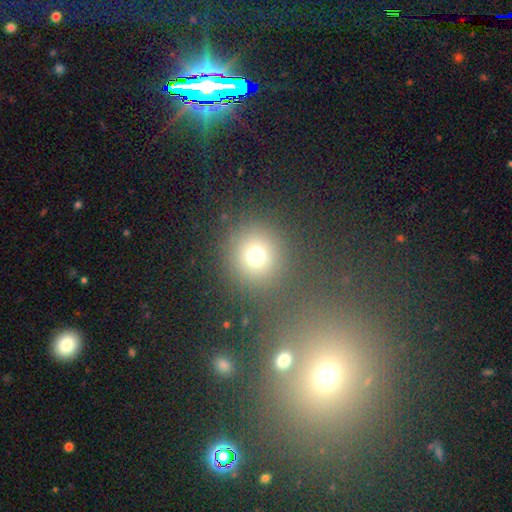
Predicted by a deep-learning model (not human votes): smooth-or-featured: smooth: 70% | star or artifact: 21% | featured or disk: 8%
  how-rounded: round: 91% | in between: 8% | cigar-shaped: 1%
  merging: none: 81% | minor disturbance: 7% | merger: 7% | major disturbance: 4%